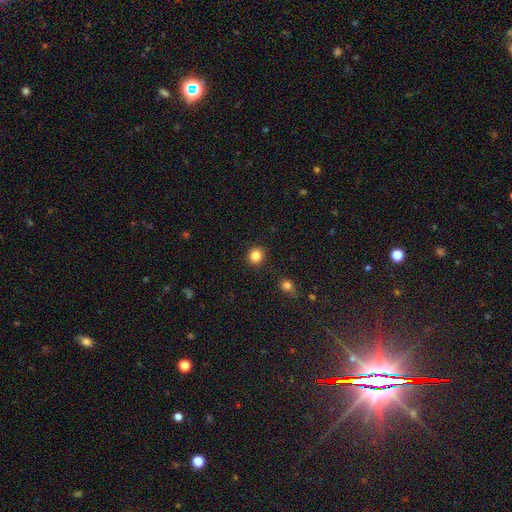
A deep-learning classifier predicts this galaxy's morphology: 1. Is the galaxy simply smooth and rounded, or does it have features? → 85% smooth, 11% star or artifact, 4% featured or disk.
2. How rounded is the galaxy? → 84% round, 15% in between, 1% cigar-shaped.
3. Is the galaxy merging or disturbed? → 90% none, 6% minor disturbance, 2% major disturbance, 2% merger.